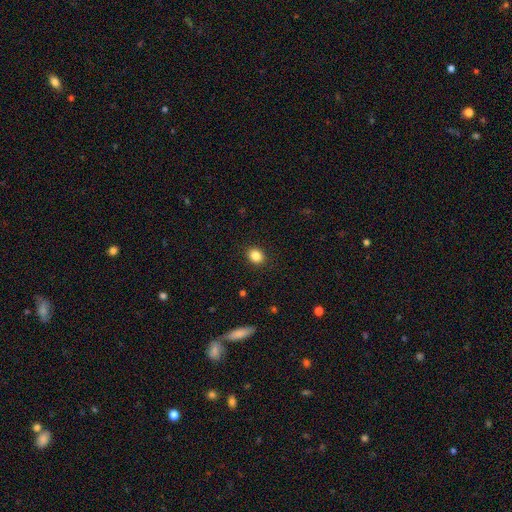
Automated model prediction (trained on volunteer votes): This is clearly a smooth galaxy (86%). How rounded: likely round (60%). Merging: clearly none (90%).